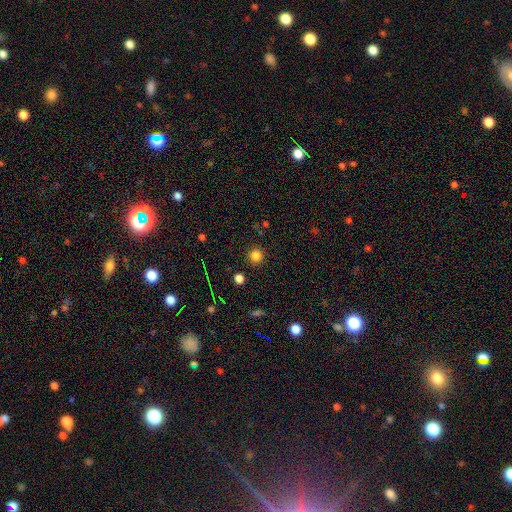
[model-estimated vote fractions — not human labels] Q: Smooth or featured?
A: smooth (81%); runner-up: star or artifact (15%)
Q: How rounded?
A: round (94%); runner-up: in between (5%)
Q: Merging?
A: none (90%); runner-up: minor disturbance (6%)